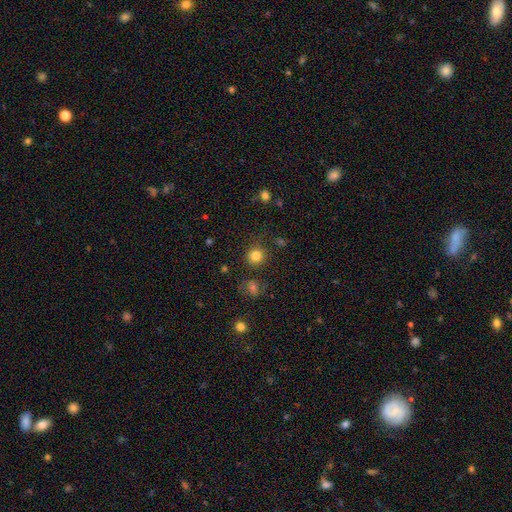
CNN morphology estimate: smooth_or_featured: smooth (p=0.82) [alt: star or artifact p=0.13]
how_rounded: round (p=0.90) [alt: in between p=0.09]
merging: none (p=0.84) [alt: minor disturbance p=0.09]